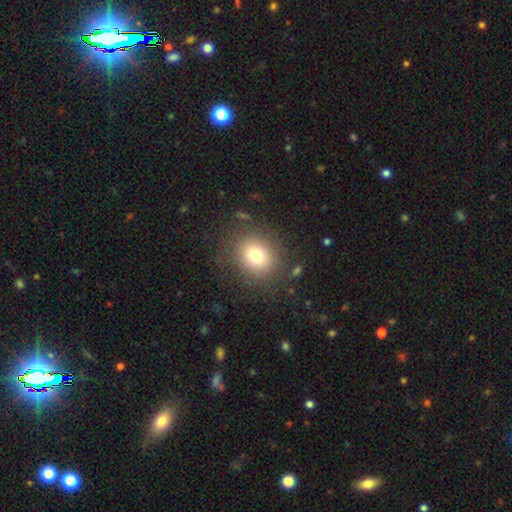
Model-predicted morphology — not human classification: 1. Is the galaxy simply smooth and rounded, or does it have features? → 76% smooth, 12% star or artifact, 12% featured or disk.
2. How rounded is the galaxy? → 69% round, 30% in between, 1% cigar-shaped.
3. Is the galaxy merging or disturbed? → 82% none, 10% minor disturbance, 6% major disturbance, 2% merger.